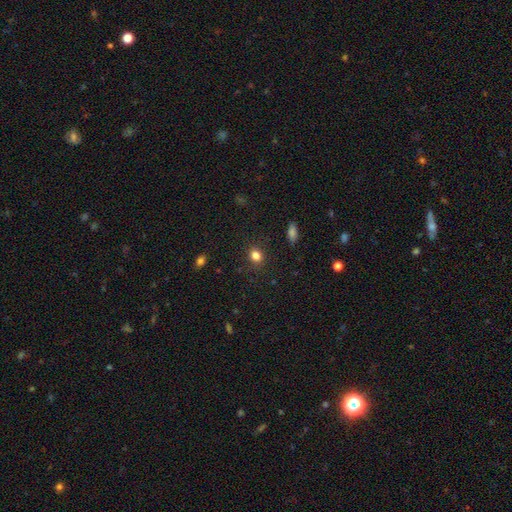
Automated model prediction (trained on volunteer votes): A smooth galaxy with no disk features (82%) that is round (64%). Merging: none (85%).